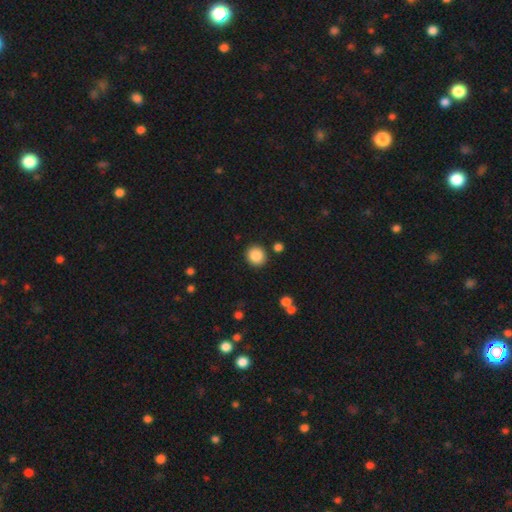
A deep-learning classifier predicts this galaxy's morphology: Smooth or featured? Predicted: smooth (p=0.87). How rounded? Predicted: round (p=0.88). Merging? Predicted: none (p=0.89).